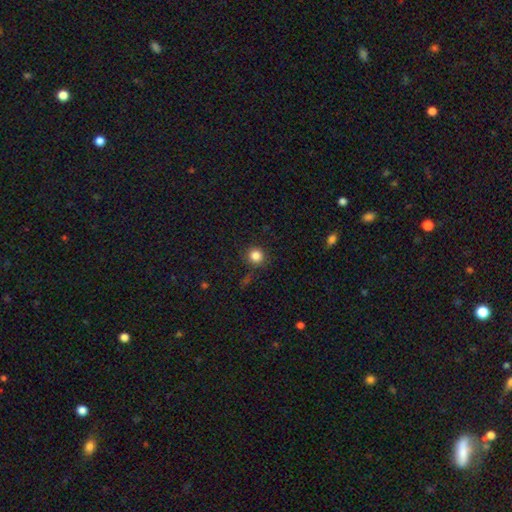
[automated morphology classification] Smooth or featured: smooth — 84% (star or artifact — 12%)
How rounded: round — 92% (in between — 7%)
Merging: none — 87% (minor disturbance — 8%)